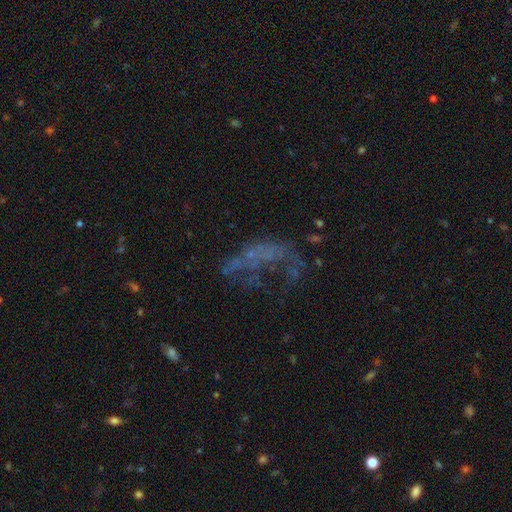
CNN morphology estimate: Overall: featured or disk (48%; star or artifact 30%). Merging: major disturbance (44%; none 34%).